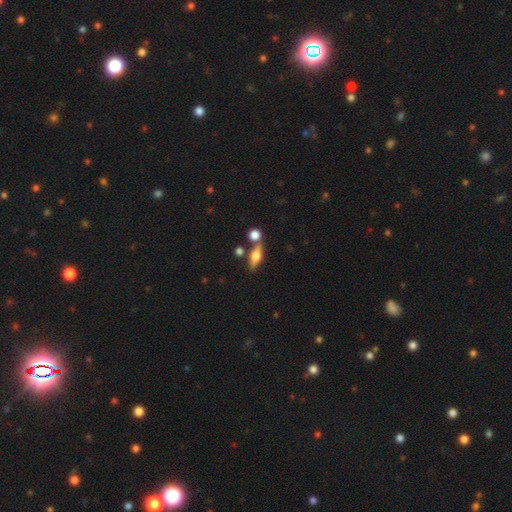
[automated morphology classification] smooth_or_featured: smooth (p=0.49) [alt: featured or disk p=0.42]
merging: none (p=0.69) [alt: merger p=0.16]